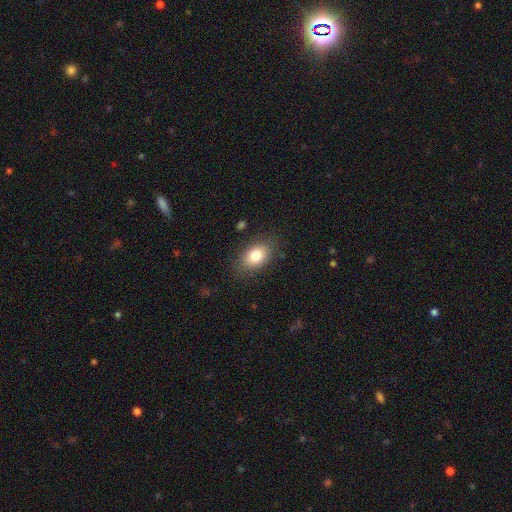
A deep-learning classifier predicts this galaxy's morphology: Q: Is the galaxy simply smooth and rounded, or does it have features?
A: smooth — 82%.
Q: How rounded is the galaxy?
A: in between — 85%.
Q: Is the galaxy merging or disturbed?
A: none — 83%.